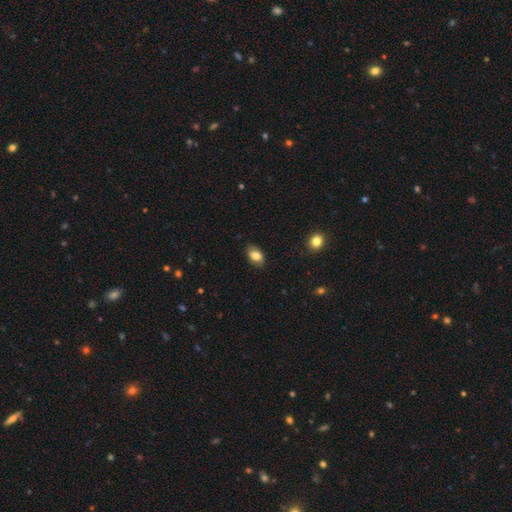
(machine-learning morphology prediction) A smooth galaxy with no disk features (79%) that is in between round and cigar-shaped (90%). Merging: none (82%).